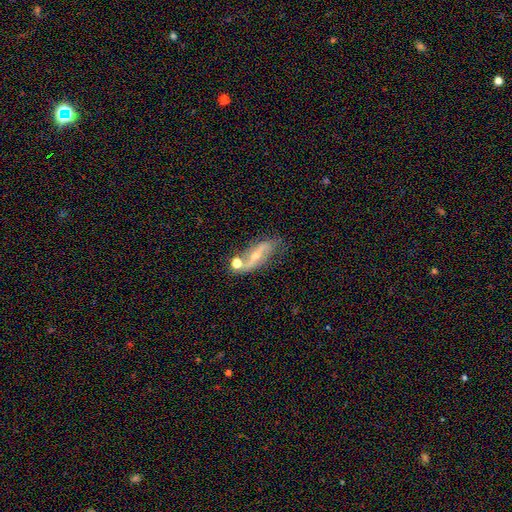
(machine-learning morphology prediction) smooth-or-featured: featured or disk: 73% | smooth: 18% | star or artifact: 9%
  disk-edge-on: no: 82% | yes: 18%
    bar: strong: 37% | no: 33% | weak: 29%
    has-spiral-arms: yes: 82% | no: 18%
    bulge-size: small: 54% | moderate: 40% | none: 3% | large: 2% | dominant: 1%
  merging: none: 58% | minor disturbance: 18% | merger: 15% | major disturbance: 8%